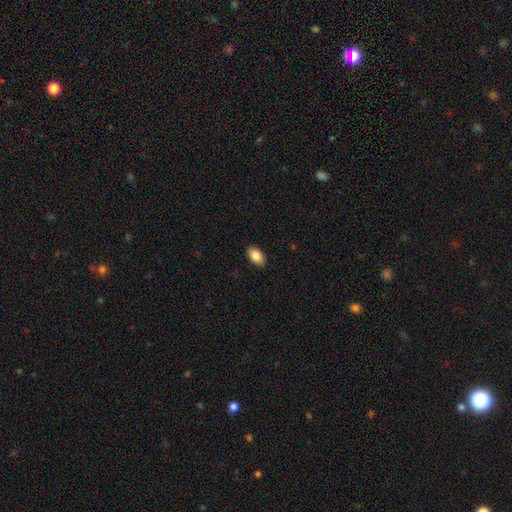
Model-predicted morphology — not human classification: Q: Smooth or featured?
A: smooth (86%); runner-up: star or artifact (7%)
Q: How rounded?
A: in between (93%); runner-up: round (5%)
Q: Merging?
A: none (89%); runner-up: minor disturbance (8%)